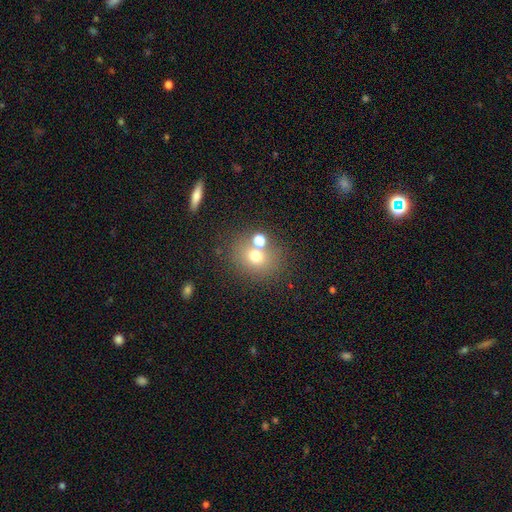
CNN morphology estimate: A smooth galaxy with no disk features (68%) that is round (69%). Merging: none (63%).